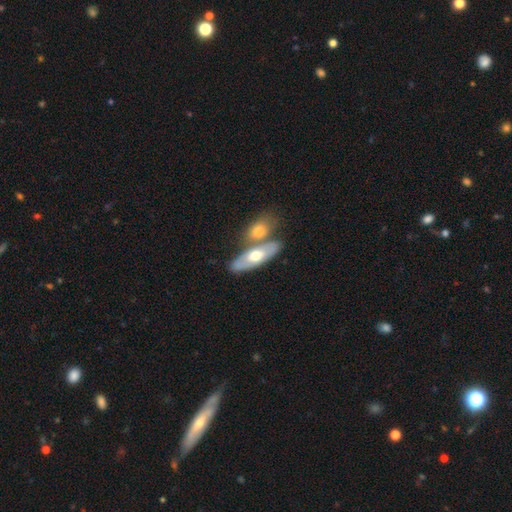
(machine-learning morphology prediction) A smooth galaxy with no disk features (50%) that is in between round and cigar-shaped (68%).

Vote fractions:
- Smooth or featured? smooth: 50% / featured or disk: 44% / star or artifact: 5%
- How rounded? in between: 68% / cigar-shaped: 28% / round: 4%
- Merging? none: 50% / merger: 38% / minor disturbance: 10% / major disturbance: 3%